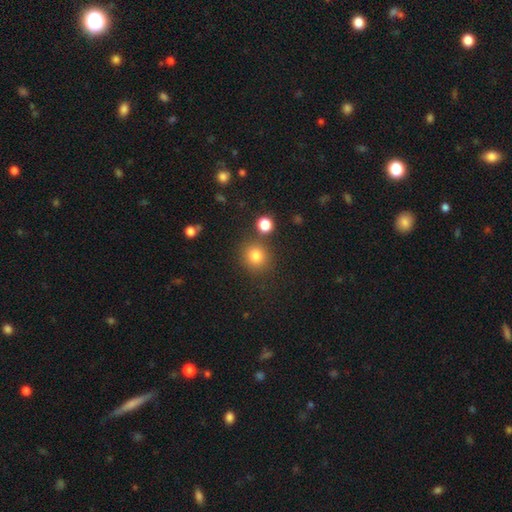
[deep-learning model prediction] Overall: smooth (81%). How rounded: round (88%). Merging: none (80%).